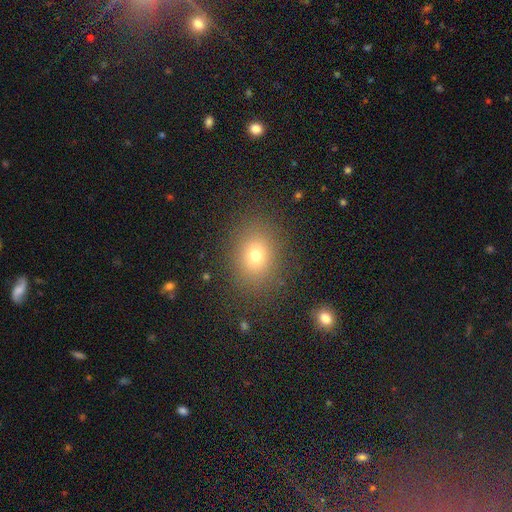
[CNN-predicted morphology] type=smooth (72%); roundness=in between (51%); merging=none (86%).